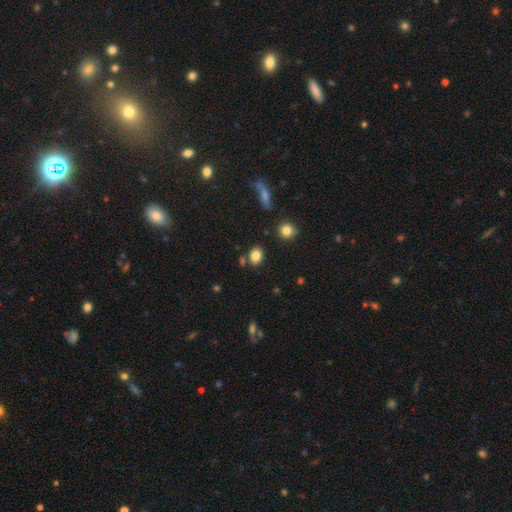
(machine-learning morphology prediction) A smooth galaxy with no disk features (83%) that is in between round and cigar-shaped (63%).

Vote fractions:
- Smooth or featured? smooth: 83% / star or artifact: 10% / featured or disk: 6%
- How rounded? in between: 63% / round: 36% / cigar-shaped: 1%
- Merging? none: 78% / minor disturbance: 11% / merger: 8% / major disturbance: 3%